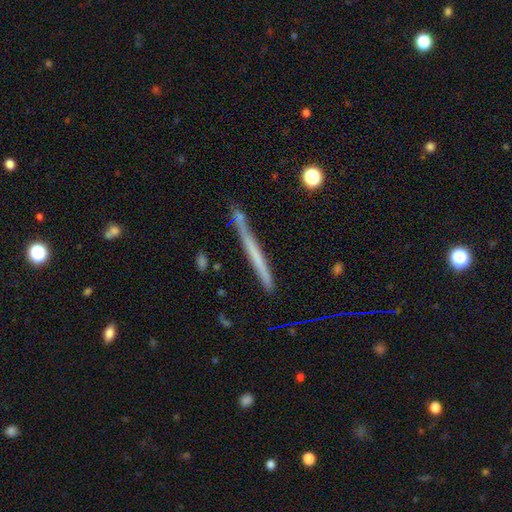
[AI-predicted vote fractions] featured or disk 48%, smooth 45%, star or artifact 7%. Down the decision tree: merging — none (80%).